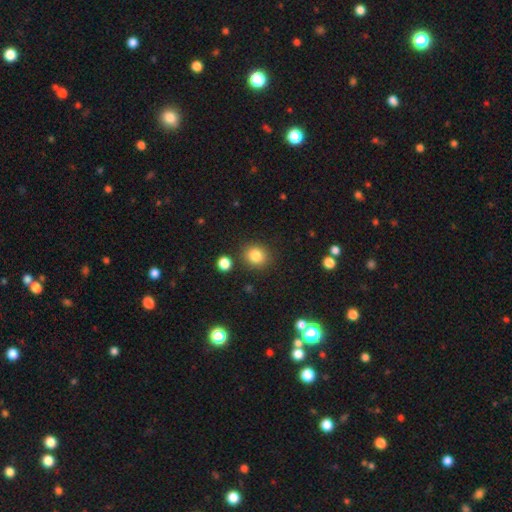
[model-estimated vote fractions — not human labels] The model was most divided on "how rounded": round: 82%, in between: 17%, cigar-shaped: 1%. More confident: merging — none (86%); smooth or featured — smooth (83%).